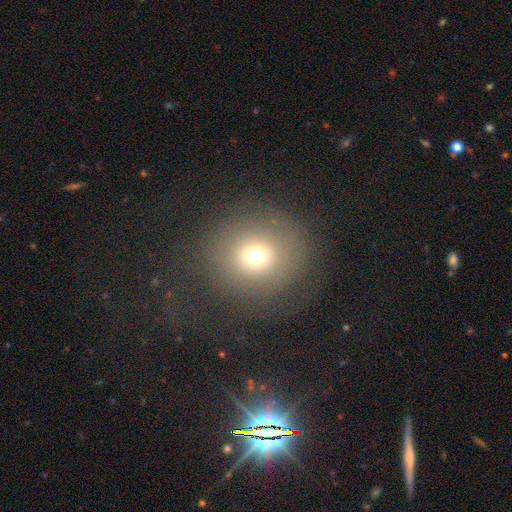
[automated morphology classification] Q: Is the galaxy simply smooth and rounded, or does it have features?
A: smooth — 66%.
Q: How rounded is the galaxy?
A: round — 90%.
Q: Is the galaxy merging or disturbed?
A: none — 71%.